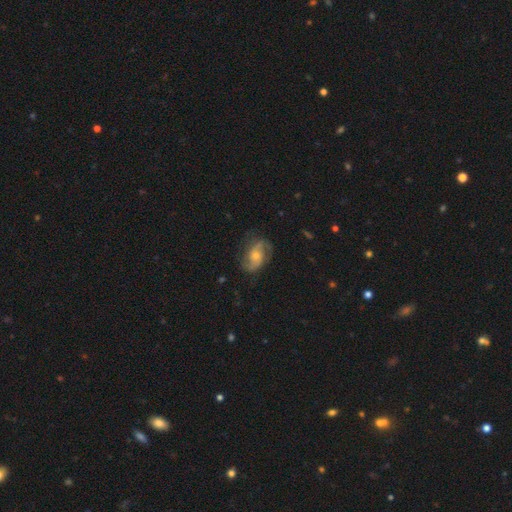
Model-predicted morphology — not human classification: featured or disk 77%, smooth 15%, star or artifact 8%. Down the decision tree: edge-on disk — no (97%); bar — no (61%); spiral arms — yes (94%); spiral arm count — 2 (83%); spiral winding — medium (48%); bulge size — moderate (51%); merging — none (74%).